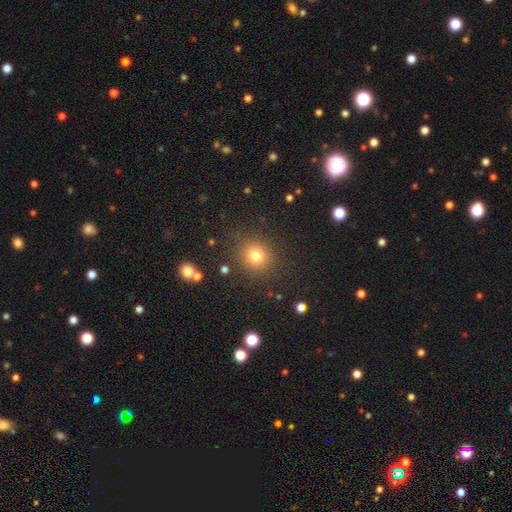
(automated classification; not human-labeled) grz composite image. It shows a smooth galaxy with no disk features (78%) that is round (88%). Merging: none (85%).